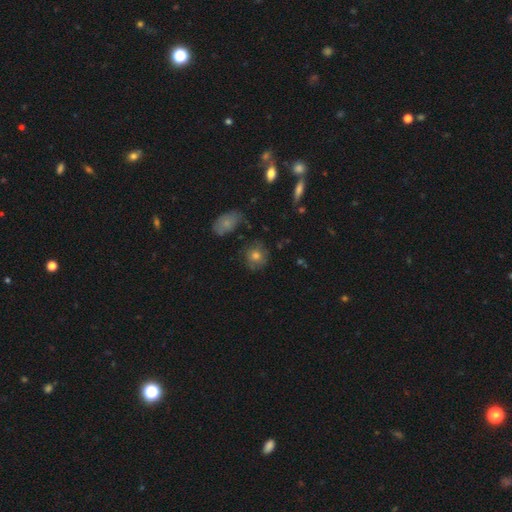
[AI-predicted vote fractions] A smooth galaxy with no disk features (71%) that is round (83%).

Vote fractions:
- Smooth or featured? smooth: 71% / featured or disk: 17% / star or artifact: 12%
- How rounded? round: 83% / in between: 16% / cigar-shaped: 1%
- Merging? none: 73% / minor disturbance: 18% / major disturbance: 6% / merger: 3%